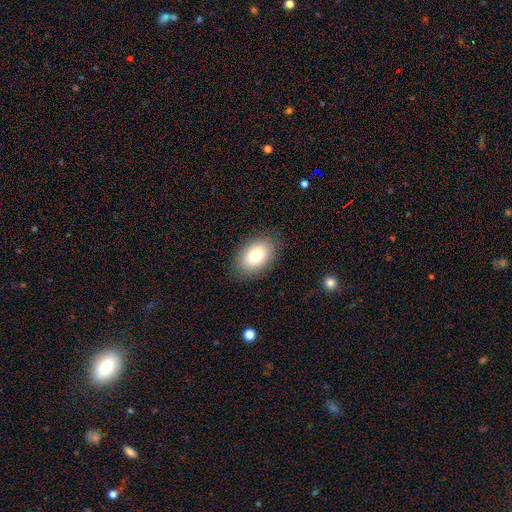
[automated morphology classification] Smooth or featured? smooth (84%)
How rounded? in between (91%)
Merging? none (84%)